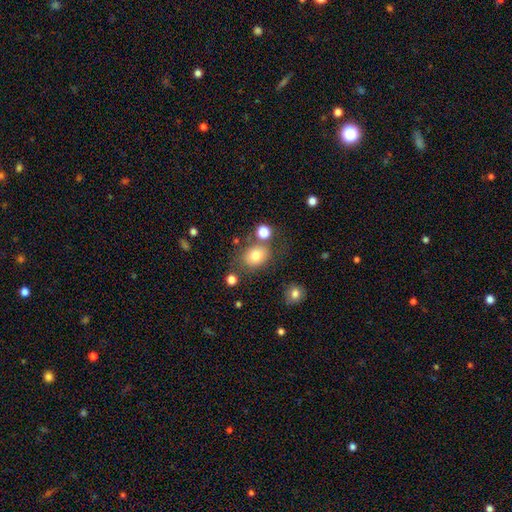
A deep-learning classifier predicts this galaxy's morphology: Smooth or featured: smooth — 76% (featured or disk — 12%)
How rounded: round — 54% (in between — 45%)
Merging: none — 65% (minor disturbance — 16%)